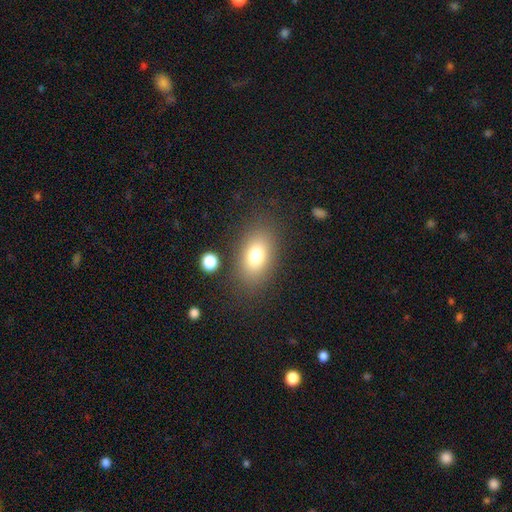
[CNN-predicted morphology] type=smooth (76%); roundness=in between (85%); merging=none (81%).